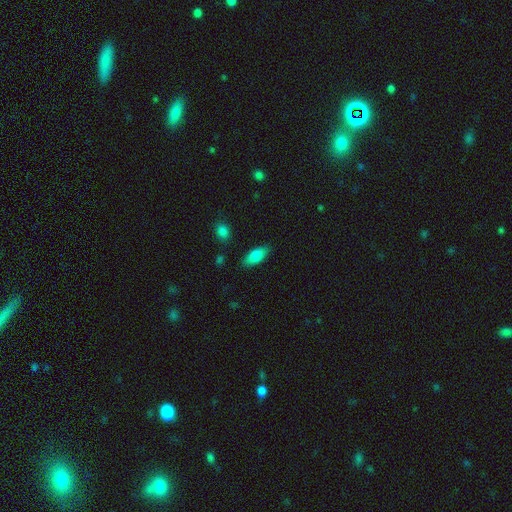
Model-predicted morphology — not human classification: Smooth or featured? smooth (82%)
How rounded? in between (82%)
Merging? none (85%)